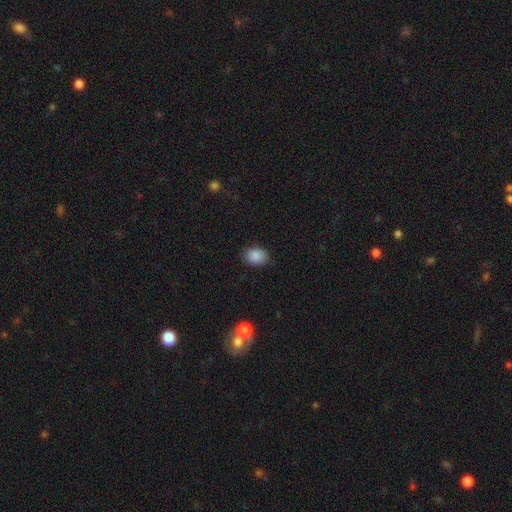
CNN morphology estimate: smooth 87%, star or artifact 8%, featured or disk 4%. Down the decision tree: how rounded — in between (60%); merging — none (84%).